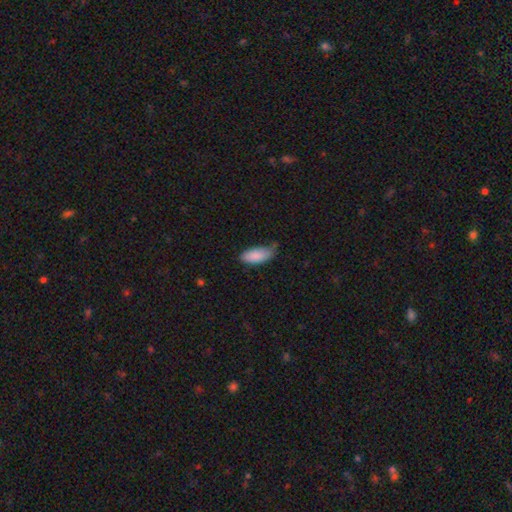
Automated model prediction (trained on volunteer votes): Smooth or featured? smooth (87%)
How rounded? in between (88%)
Merging? none (56%)